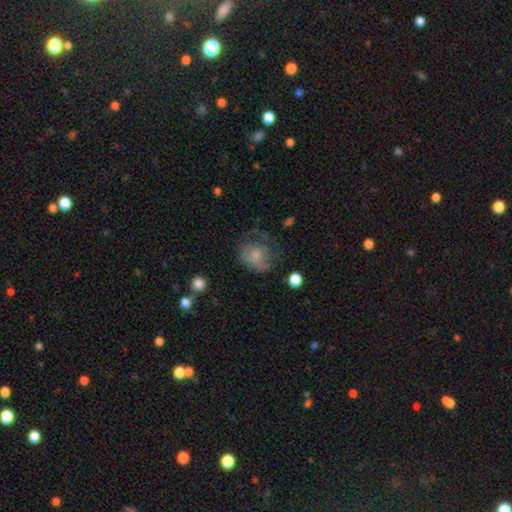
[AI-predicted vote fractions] The model was most divided on "merging": major disturbance: 36%, none: 35%, minor disturbance: 26%, merger: 2%. More confident: how rounded — round (63%); smooth or featured — smooth (61%).